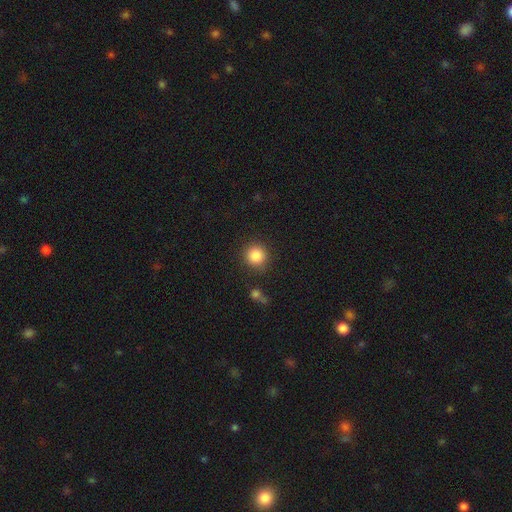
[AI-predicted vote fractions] Smooth or featured: smooth — 86% (star or artifact — 10%)
How rounded: round — 93% (in between — 6%)
Merging: none — 86% (minor disturbance — 8%)